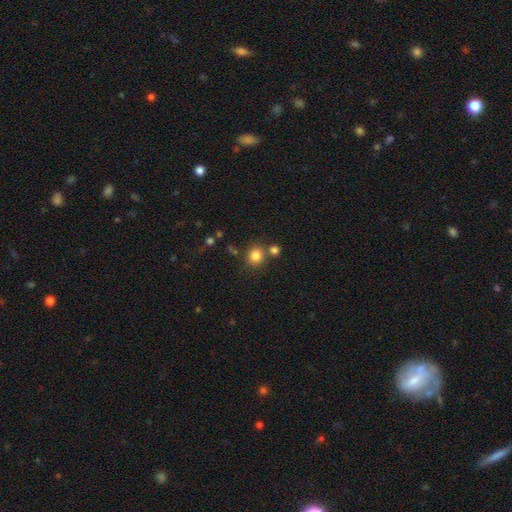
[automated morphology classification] smooth 82%, star or artifact 12%, featured or disk 6%. Down the decision tree: how rounded — round (81%); merging — none (70%).